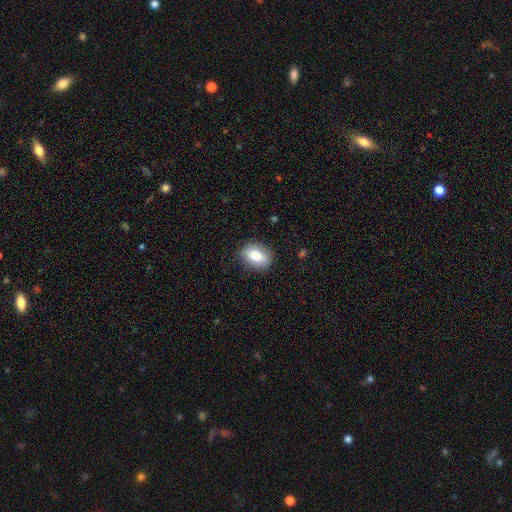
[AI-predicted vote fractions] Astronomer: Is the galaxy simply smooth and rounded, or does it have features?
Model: smooth — 82%.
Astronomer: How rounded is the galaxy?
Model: in between — 76%.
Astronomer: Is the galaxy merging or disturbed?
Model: none — 86%.